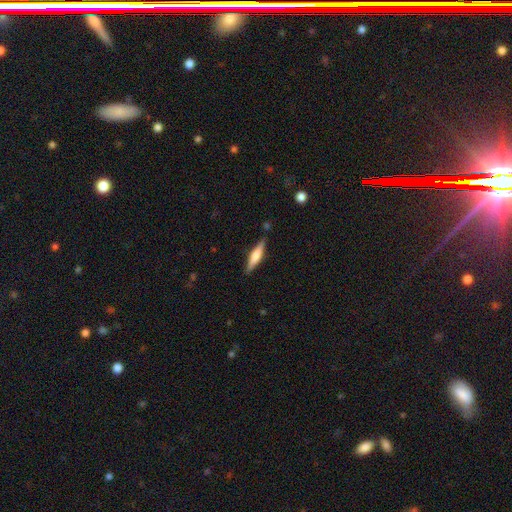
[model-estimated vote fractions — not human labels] featured or disk 48%, smooth 46%, star or artifact 6%. Down the decision tree: merging — none (84%).